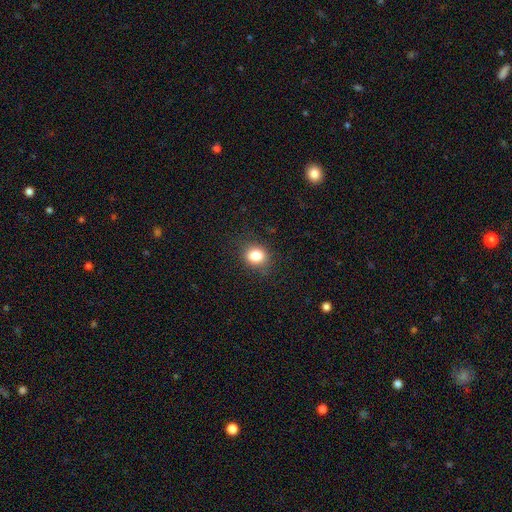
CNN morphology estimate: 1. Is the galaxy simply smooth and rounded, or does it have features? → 83% smooth, 11% star or artifact, 6% featured or disk.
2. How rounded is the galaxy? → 66% round, 33% in between, 1% cigar-shaped.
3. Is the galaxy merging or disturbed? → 84% none, 11% minor disturbance, 3% major disturbance, 1% merger.